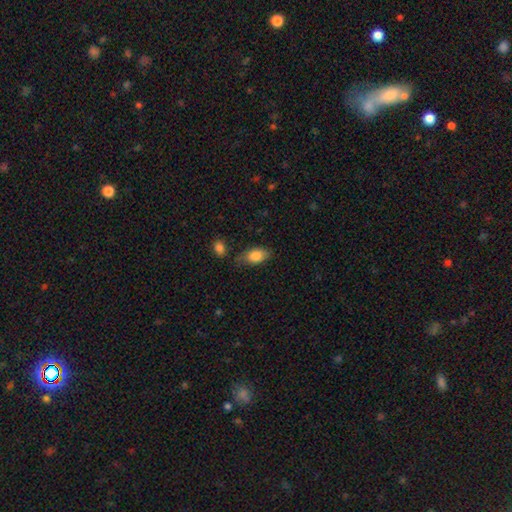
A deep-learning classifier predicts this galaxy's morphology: smooth_or_featured: smooth (p=0.83) [alt: featured or disk p=0.10]
how_rounded: in between (p=0.90) [alt: round p=0.06]
merging: none (p=0.68) [alt: minor disturbance p=0.22]